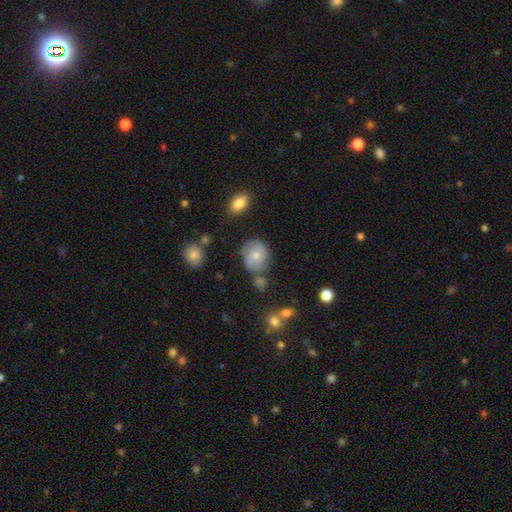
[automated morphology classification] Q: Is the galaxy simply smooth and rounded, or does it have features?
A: smooth — 52%.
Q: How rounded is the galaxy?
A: round — 71%.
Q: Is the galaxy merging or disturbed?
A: none — 60%.